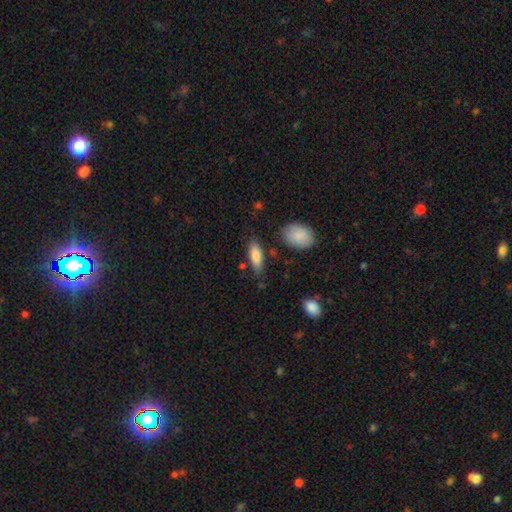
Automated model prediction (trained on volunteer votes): smooth 85%, featured or disk 9%, star or artifact 6%. Down the decision tree: how rounded — in between (68%); merging — none (78%).